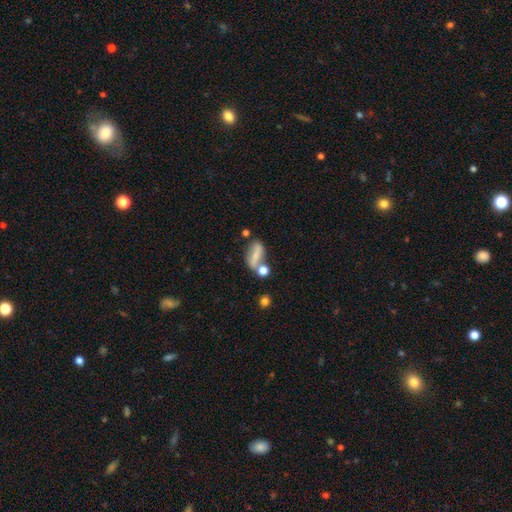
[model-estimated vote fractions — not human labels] This is possibly a smooth galaxy (57%). How rounded: likely in between (67%). Merging: marginally none (45%).